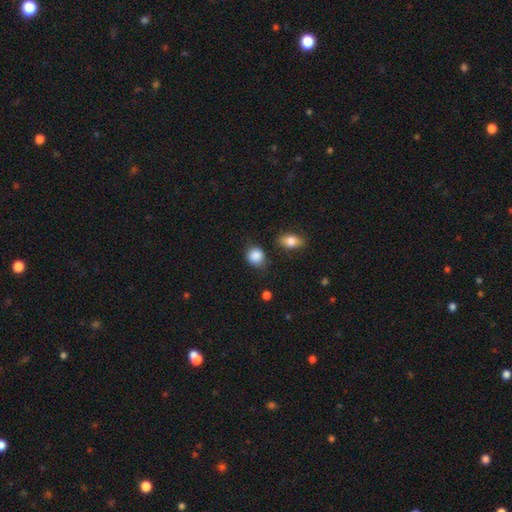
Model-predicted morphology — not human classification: Smooth or featured? Predicted: smooth (p=0.87). How rounded? Predicted: round (p=0.75). Merging? Predicted: none (p=0.75).